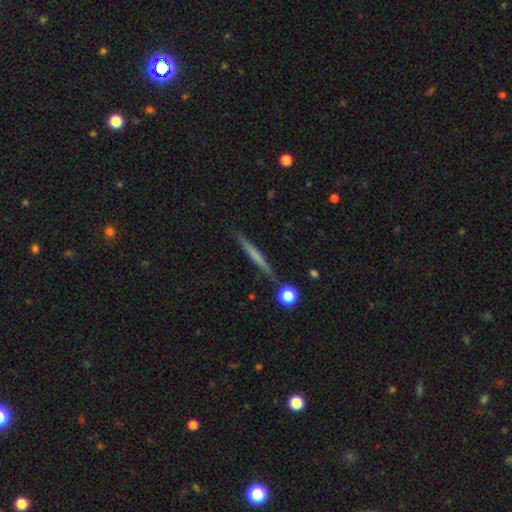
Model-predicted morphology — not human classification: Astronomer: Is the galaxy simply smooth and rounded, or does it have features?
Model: smooth — 52% (runner-up: featured or disk, 41%).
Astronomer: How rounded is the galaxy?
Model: cigar-shaped — 95%.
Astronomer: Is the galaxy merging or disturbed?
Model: none — 87%.